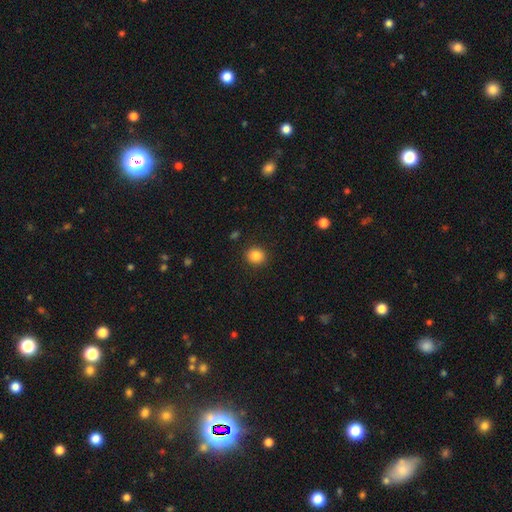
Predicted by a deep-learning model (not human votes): A smooth galaxy with no disk features (85%) that is round (84%). Merging: none (91%).